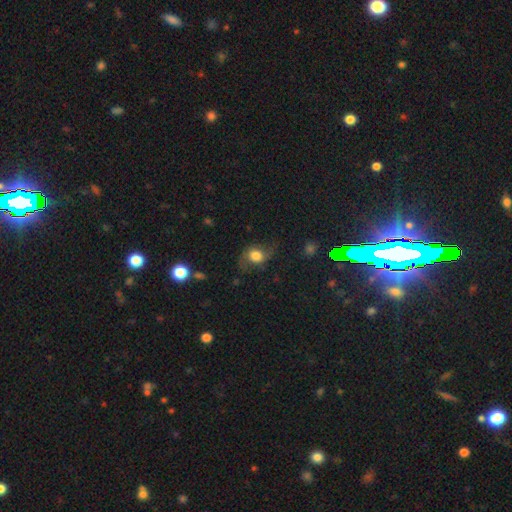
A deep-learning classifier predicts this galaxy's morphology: smooth_or_featured: smooth (p=0.50) [alt: featured or disk p=0.39]
how_rounded: round (p=0.56) [alt: in between p=0.42]
merging: none (p=0.60) [alt: minor disturbance p=0.22]